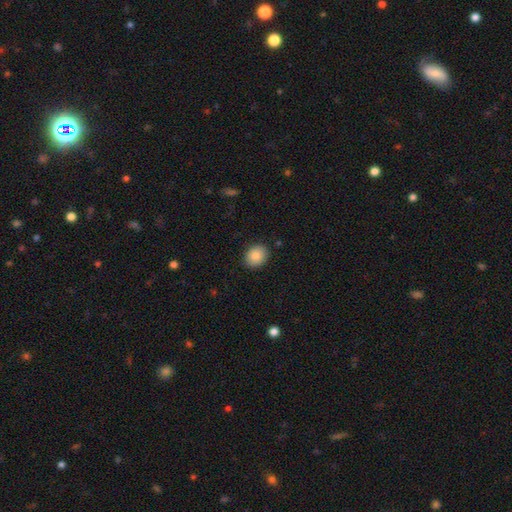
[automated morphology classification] A smooth galaxy with no disk features (87%) that is round (55%).

Vote fractions:
- Smooth or featured? smooth: 87% / star or artifact: 8% / featured or disk: 5%
- How rounded? round: 55% / in between: 44% / cigar-shaped: 1%
- Merging? none: 88% / minor disturbance: 9% / major disturbance: 2% / merger: 1%